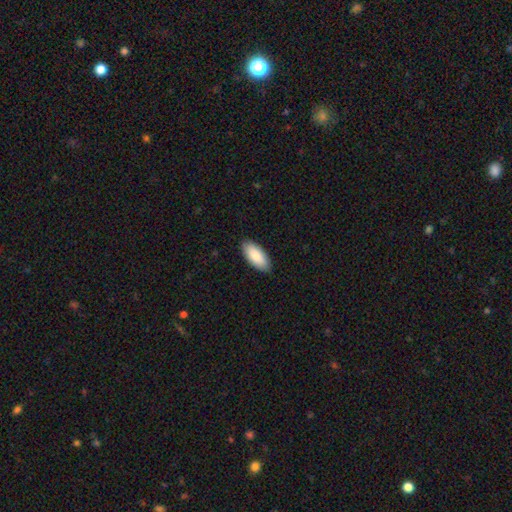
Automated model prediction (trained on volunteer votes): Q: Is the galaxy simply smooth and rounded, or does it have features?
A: smooth — 88%.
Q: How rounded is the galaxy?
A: in between — 90%.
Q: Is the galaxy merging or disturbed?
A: none — 88%.